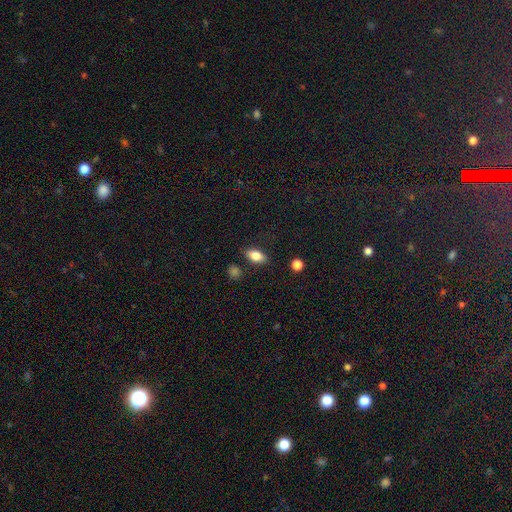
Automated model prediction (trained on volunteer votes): Smooth or featured? smooth (82%)
How rounded? in between (88%)
Merging? none (84%)